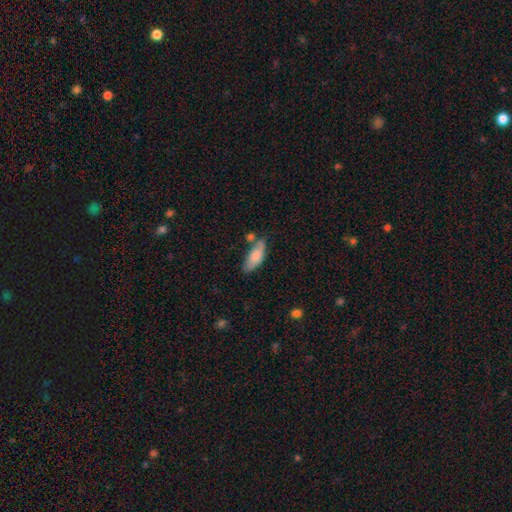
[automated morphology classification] Smooth or featured?
  - smooth: 79% *
  - featured or disk: 14%
  - star or artifact: 6%
How rounded?
  - in between: 77% *
  - cigar-shaped: 21%
  - round: 2%
Merging?
  - none: 52% *
  - minor disturbance: 26%
  - merger: 15%
  - major disturbance: 7%